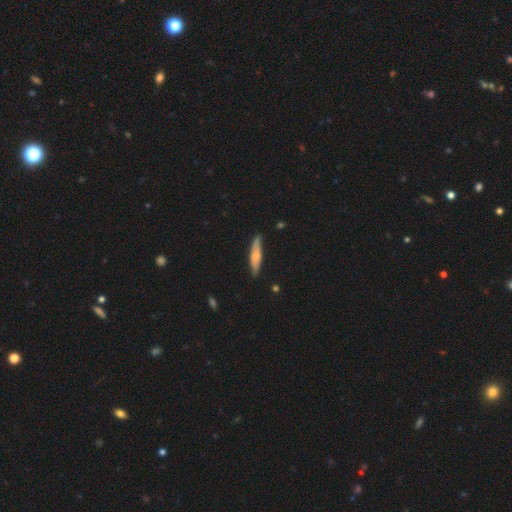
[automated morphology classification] Q: Smooth or featured?
A: smooth (54%); runner-up: featured or disk (40%)
Q: How rounded?
A: cigar-shaped (76%); runner-up: in between (22%)
Q: Merging?
A: none (80%); runner-up: minor disturbance (16%)